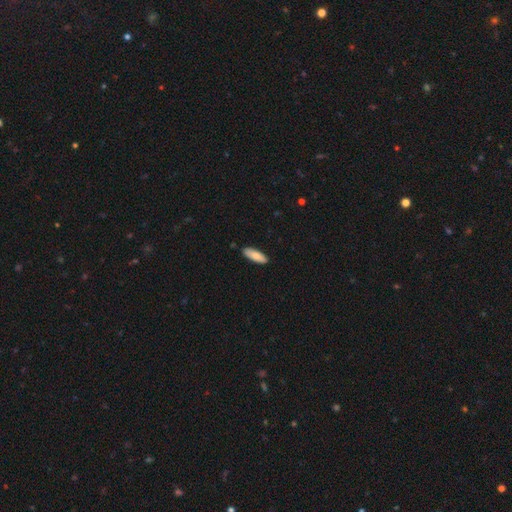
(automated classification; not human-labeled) Q: Smooth or featured?
A: smooth (83%); runner-up: featured or disk (11%)
Q: How rounded?
A: in between (57%); runner-up: cigar-shaped (42%)
Q: Merging?
A: none (89%); runner-up: minor disturbance (9%)